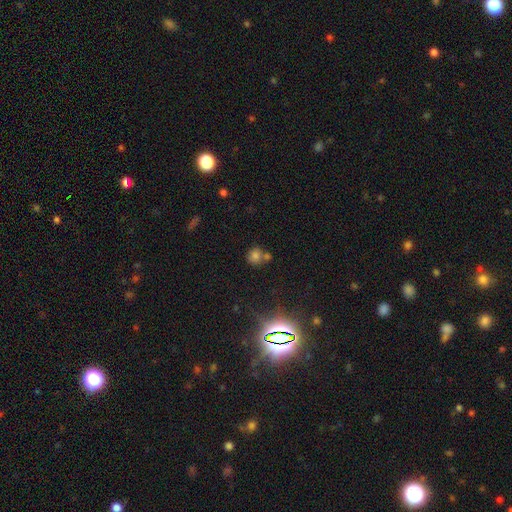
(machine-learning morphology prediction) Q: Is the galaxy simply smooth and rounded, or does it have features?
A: smooth — 68%.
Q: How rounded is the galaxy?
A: round — 81%.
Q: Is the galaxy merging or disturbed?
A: none — 54%.